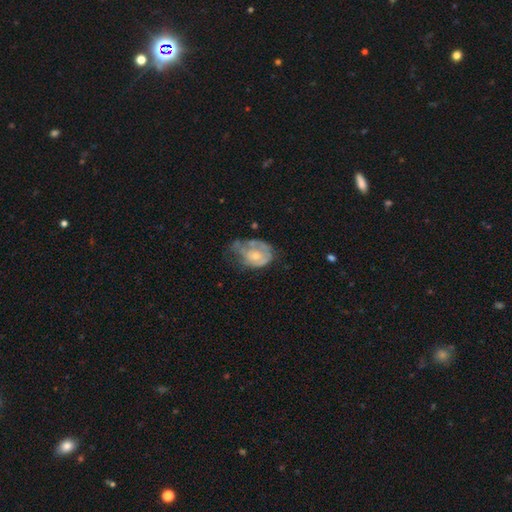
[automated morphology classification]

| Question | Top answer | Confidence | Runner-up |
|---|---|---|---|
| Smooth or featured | featured or disk | 55% | smooth (37%) |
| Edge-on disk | no | 97% | yes (3%) |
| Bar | no | 82% | weak (16%) |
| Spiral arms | no | 53% | yes (47%) |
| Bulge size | small | 49% | moderate (42%) |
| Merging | major disturbance | 36% | minor disturbance (34%) |